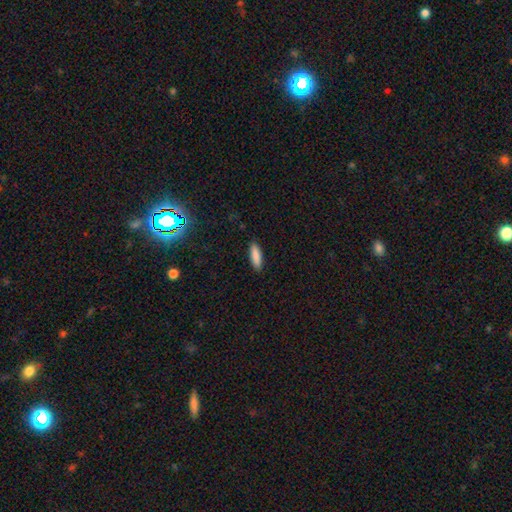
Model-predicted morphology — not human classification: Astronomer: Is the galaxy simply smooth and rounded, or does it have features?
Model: smooth — 88%.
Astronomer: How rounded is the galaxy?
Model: cigar-shaped — 53% (runner-up: in between, 46%).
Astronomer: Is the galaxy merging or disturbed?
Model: none — 90%.